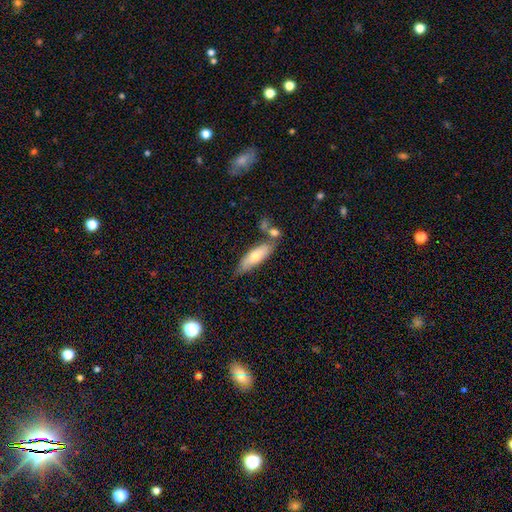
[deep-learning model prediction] Morphology: type=smooth (62%); roundness=cigar-shaped (51%); merging=none (60%).